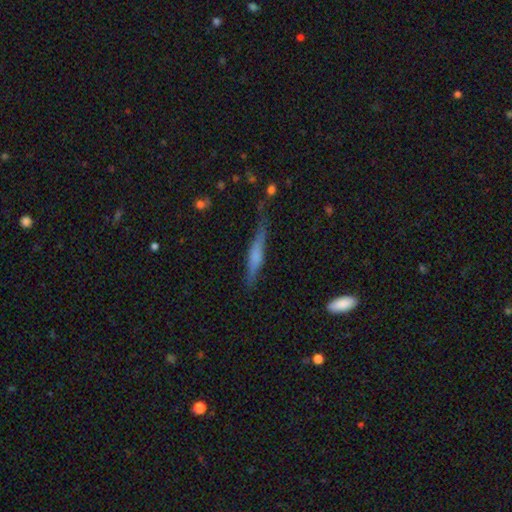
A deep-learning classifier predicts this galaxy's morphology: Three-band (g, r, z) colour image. It shows a smooth galaxy with no disk features (47%). Merging: none (64%).